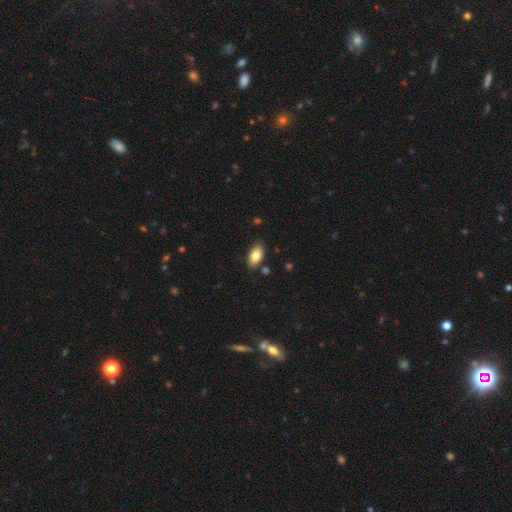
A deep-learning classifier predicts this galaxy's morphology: smooth_or_featured: smooth (p=0.82) [alt: featured or disk p=0.11]
how_rounded: in between (p=0.93) [alt: cigar-shaped p=0.04]
merging: none (p=0.84) [alt: minor disturbance p=0.11]